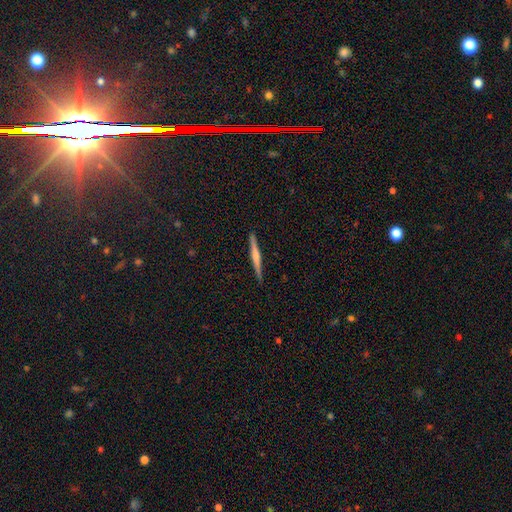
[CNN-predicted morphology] Overall: featured or disk (56%; smooth 39%). Edge-on disk: yes (98%). Edge-on bulge: rounded (48%; none 33%). Merging: none (89%).